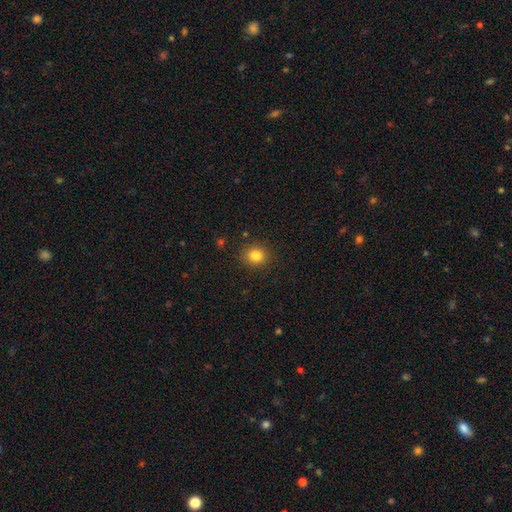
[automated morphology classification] Smooth or featured? smooth (83%)
How rounded? round (83%)
Merging? none (89%)